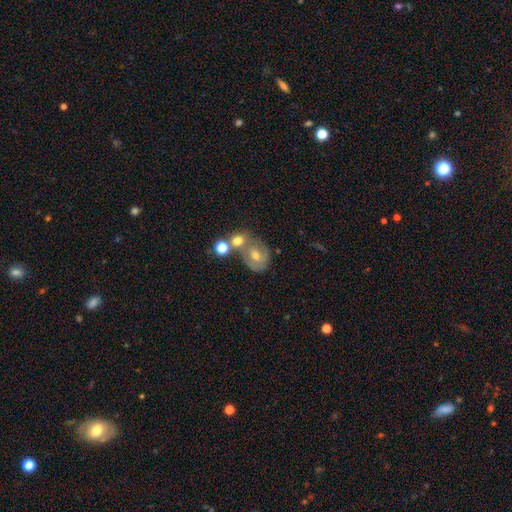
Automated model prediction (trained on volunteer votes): smooth-or-featured: smooth: 47% | featured or disk: 39% | star or artifact: 13%
  merging: merger: 40% | none: 37% | minor disturbance: 15% | major disturbance: 8%